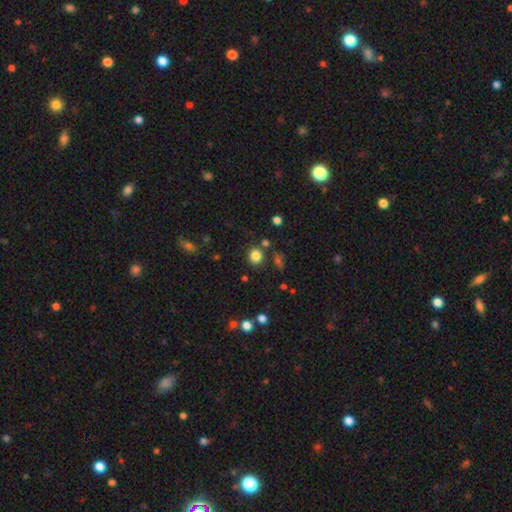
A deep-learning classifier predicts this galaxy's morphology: This appears to be a smooth galaxy with no disk features (81%) that is round (78%). Merging: none (81%).